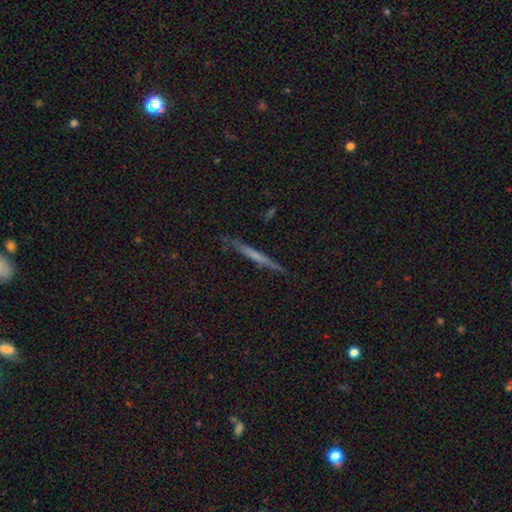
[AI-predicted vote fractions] This is possibly a featured or disk galaxy (48%). Merging: clearly none (87%).